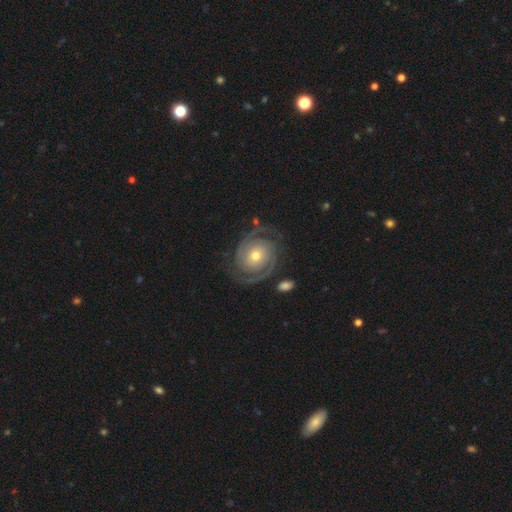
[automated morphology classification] type=featured or disk (90%); edge-on=no (98%); bar=no (75%); spiral arms=yes (97%); winding=tight (64%); arm count=2 (90%); bulge=moderate (56%); merging=none (79%).